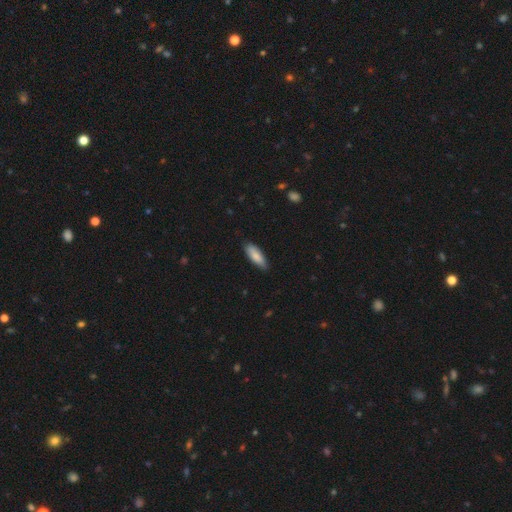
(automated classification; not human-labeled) The model was most divided on "how rounded": in between: 54%, cigar-shaped: 45%, round: 2%. More confident: smooth or featured — smooth (84%); merging — none (84%).